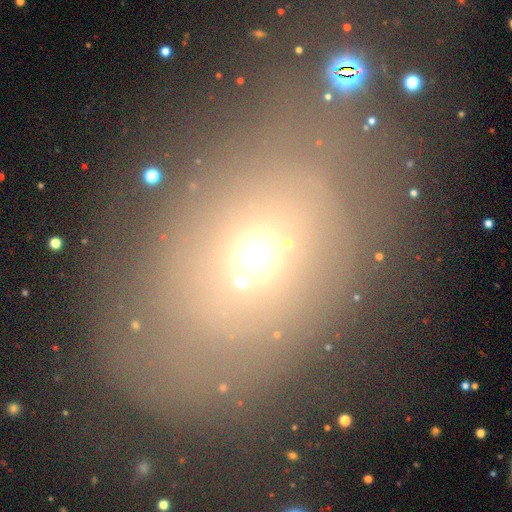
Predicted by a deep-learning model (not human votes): Morphology: type=smooth (56%); roundness=in between (59%); merging=none (60%).